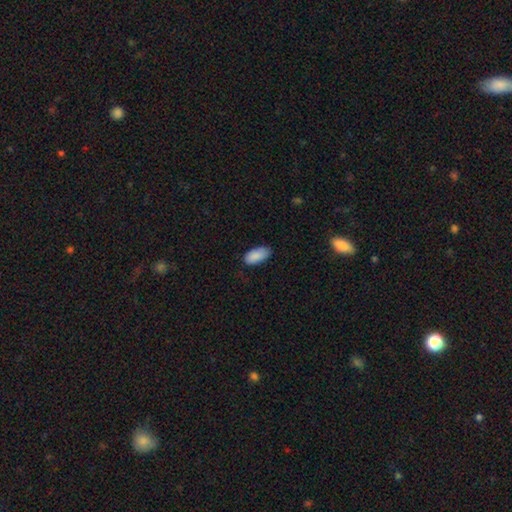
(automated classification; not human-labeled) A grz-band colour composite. It shows a smooth galaxy with no disk features (89%) that is in between round and cigar-shaped (93%). Merging: none (75%).